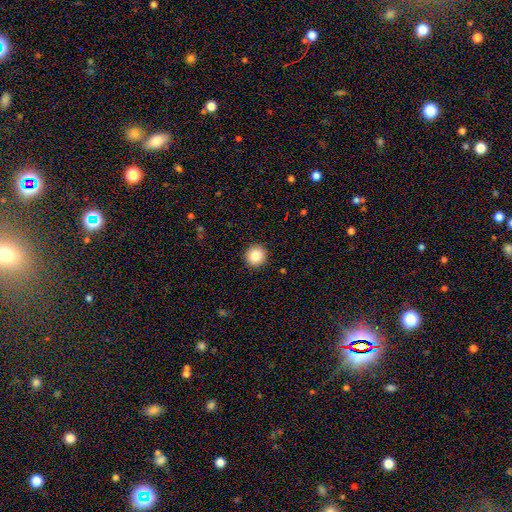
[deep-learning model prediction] Smooth or featured? smooth (84%)
How rounded? round (94%)
Merging? none (92%)